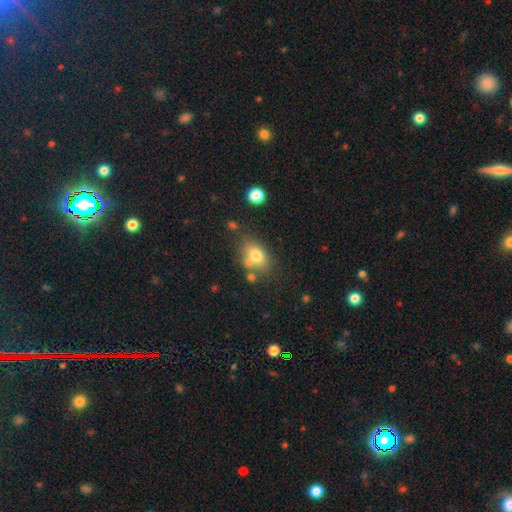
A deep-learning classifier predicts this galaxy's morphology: Q: Smooth or featured?
A: smooth (75%); runner-up: featured or disk (15%)
Q: How rounded?
A: in between (77%); runner-up: round (21%)
Q: Merging?
A: none (59%); runner-up: minor disturbance (18%)